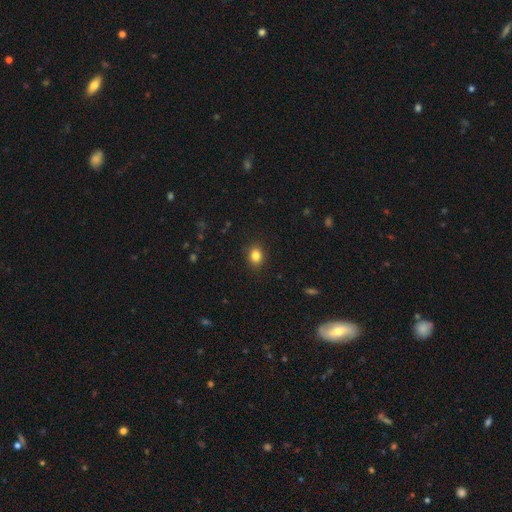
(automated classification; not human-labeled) Q: Smooth or featured?
A: smooth (84%); runner-up: star or artifact (11%)
Q: How rounded?
A: round (55%); runner-up: in between (44%)
Q: Merging?
A: none (88%); runner-up: minor disturbance (8%)